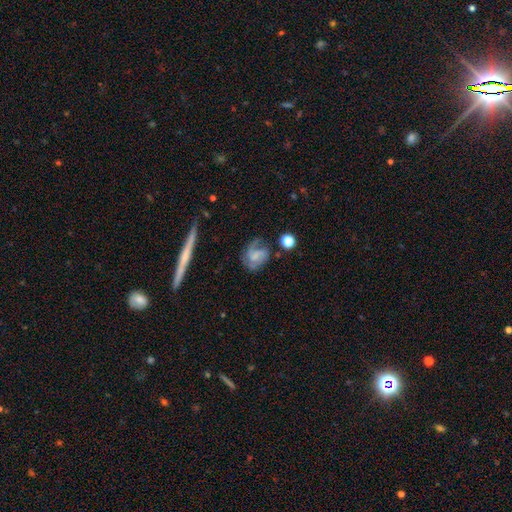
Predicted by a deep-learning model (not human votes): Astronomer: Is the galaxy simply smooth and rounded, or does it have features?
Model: featured or disk — 68%.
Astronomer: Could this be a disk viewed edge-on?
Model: no — 97%.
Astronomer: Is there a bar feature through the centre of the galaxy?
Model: no — 45% (runner-up: weak, 41%).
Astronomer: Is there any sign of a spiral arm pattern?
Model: yes — 90%.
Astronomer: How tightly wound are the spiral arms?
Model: medium — 46% (runner-up: tight, 27%).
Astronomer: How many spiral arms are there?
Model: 2 — 58%.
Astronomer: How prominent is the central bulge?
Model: none — 48% (runner-up: small, 29%).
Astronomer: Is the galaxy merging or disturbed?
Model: none — 56%.